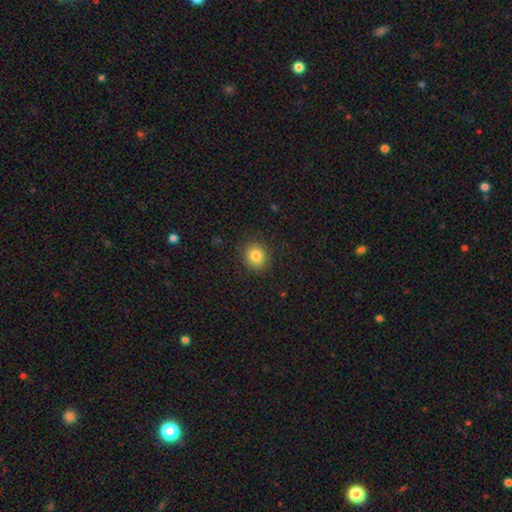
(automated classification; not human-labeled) Smooth or featured? smooth (84%)
How rounded? round (80%)
Merging? none (88%)